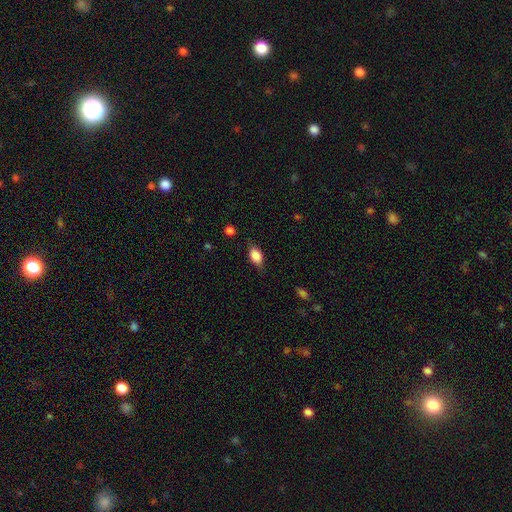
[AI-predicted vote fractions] Overall: smooth (78%). How rounded: in between (82%). Merging: none (69%).